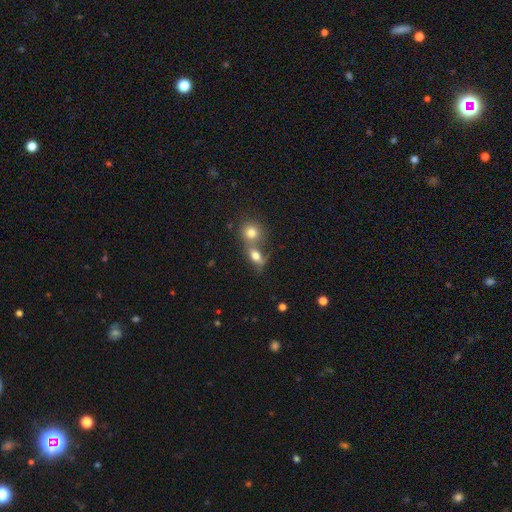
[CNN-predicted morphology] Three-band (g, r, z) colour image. It shows a smooth galaxy with no disk features (72%) that is in between round and cigar-shaped (69%). Merging: merger (53%).